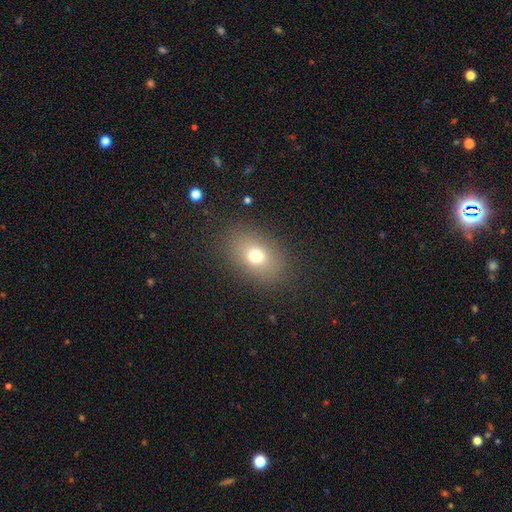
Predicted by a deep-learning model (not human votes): smooth_or_featured: smooth (p=0.71) [alt: star or artifact p=0.14]
how_rounded: in between (p=0.74) [alt: round p=0.25]
merging: none (p=0.85) [alt: minor disturbance p=0.10]